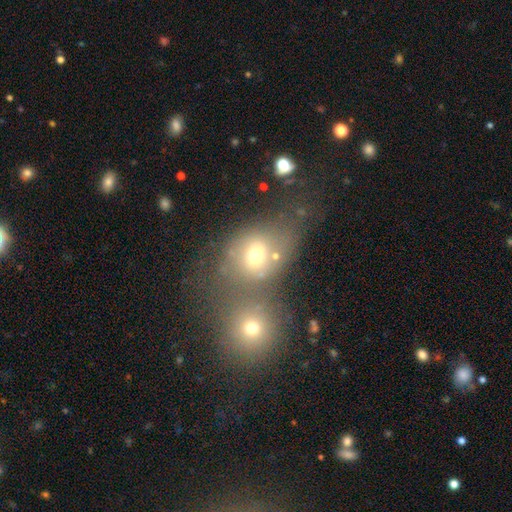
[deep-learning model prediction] smooth-or-featured: smooth: 65% | featured or disk: 18% | star or artifact: 17%
  how-rounded: round: 54% | in between: 45% | cigar-shaped: 1%
  merging: merger: 50% | none: 34% | minor disturbance: 10% | major disturbance: 6%